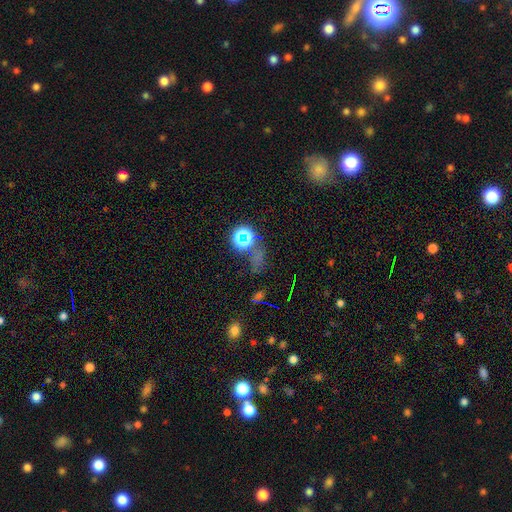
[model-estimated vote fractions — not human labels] Q: Smooth or featured?
A: star or artifact (65%); runner-up: smooth (25%)